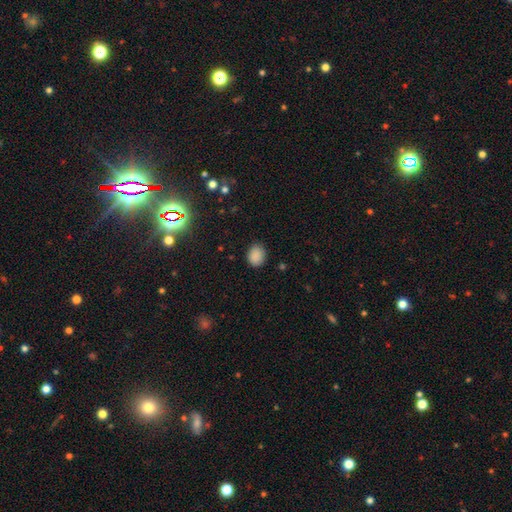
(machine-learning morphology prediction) A smooth galaxy with no disk features (86%) that is in between round and cigar-shaped (52%). Merging: none (84%).